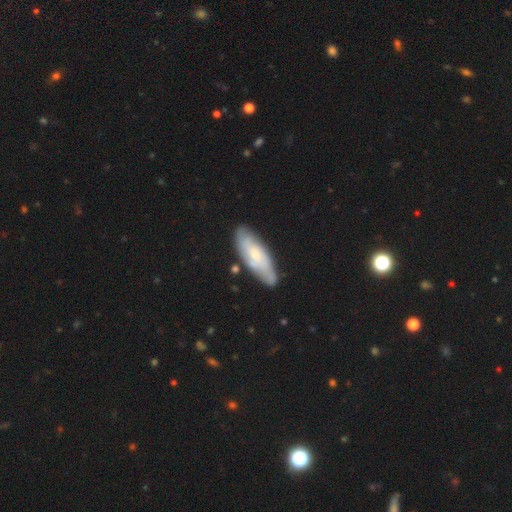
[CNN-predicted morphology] The model was most divided on "smooth or featured": featured or disk: 50%, smooth: 44%, star or artifact: 5%. More confident: edge-on disk — no (79%); merging — none (76%).